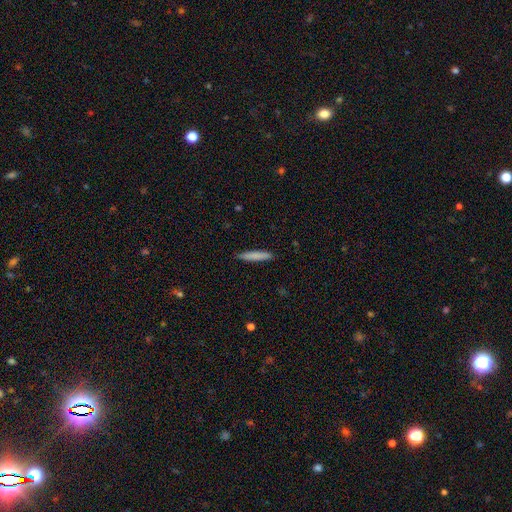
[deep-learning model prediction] smooth_or_featured: smooth (p=0.81) [alt: featured or disk p=0.13]
how_rounded: cigar-shaped (p=0.92) [alt: in between p=0.07]
merging: none (p=0.89) [alt: minor disturbance p=0.08]